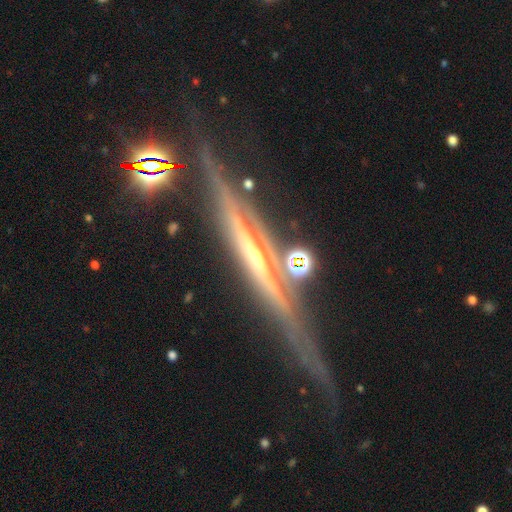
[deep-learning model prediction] featured or disk 82%, star or artifact 11%, smooth 7%. Down the decision tree: edge-on disk — yes (95%); edge-on bulge — rounded (53%); merging — none (73%).